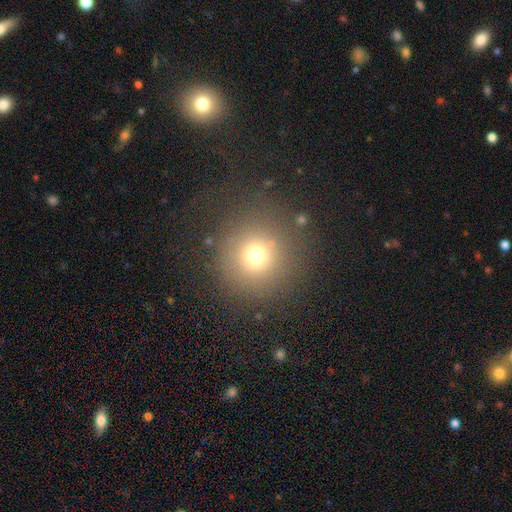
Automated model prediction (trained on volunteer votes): smooth_or_featured: smooth (p=0.70) [alt: star or artifact p=0.20]
how_rounded: round (p=0.94) [alt: in between p=0.05]
merging: none (p=0.83) [alt: minor disturbance p=0.09]